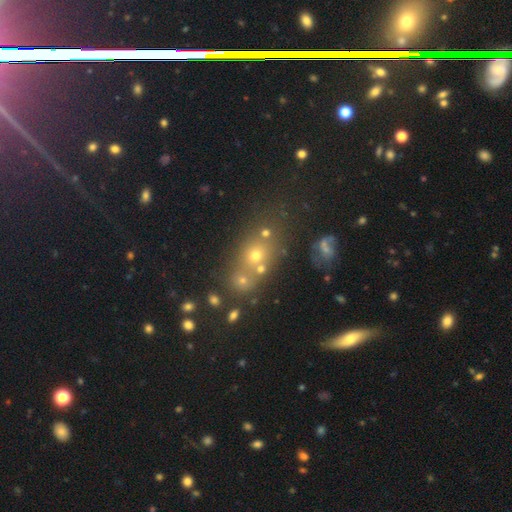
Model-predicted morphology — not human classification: This appears to be a smooth galaxy with no disk features (43%). Merging: none (50%).